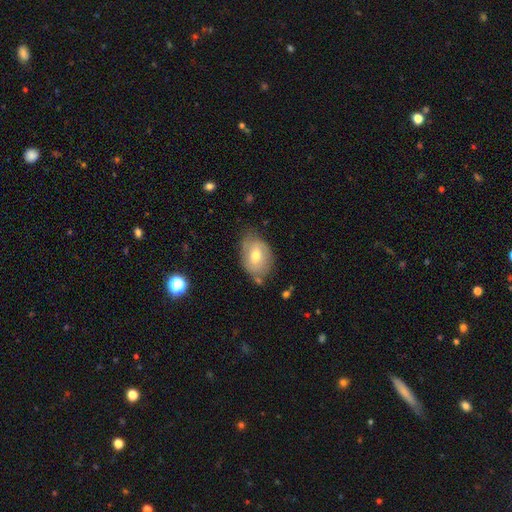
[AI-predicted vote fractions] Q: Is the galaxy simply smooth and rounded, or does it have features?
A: smooth — 49%.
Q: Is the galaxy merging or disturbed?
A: none — 60%.